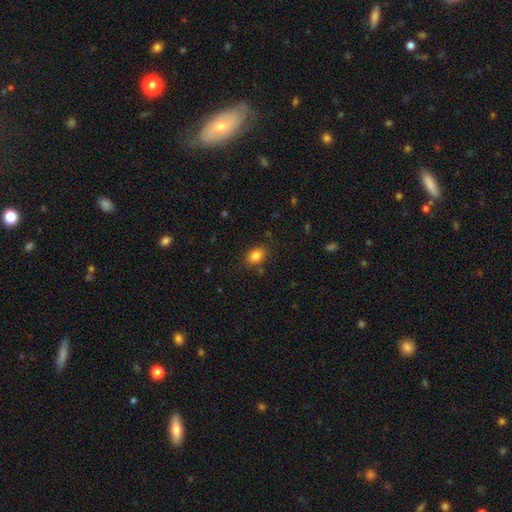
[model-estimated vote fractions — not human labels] Q: Smooth or featured?
A: smooth (84%); runner-up: star or artifact (10%)
Q: How rounded?
A: in between (66%); runner-up: round (33%)
Q: Merging?
A: none (83%); runner-up: minor disturbance (12%)